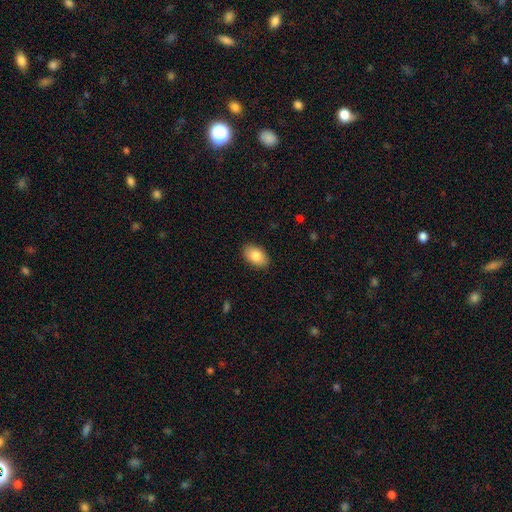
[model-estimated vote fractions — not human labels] This appears to be a smooth galaxy with no disk features (85%) that is in between round and cigar-shaped (92%). Merging: none (88%).